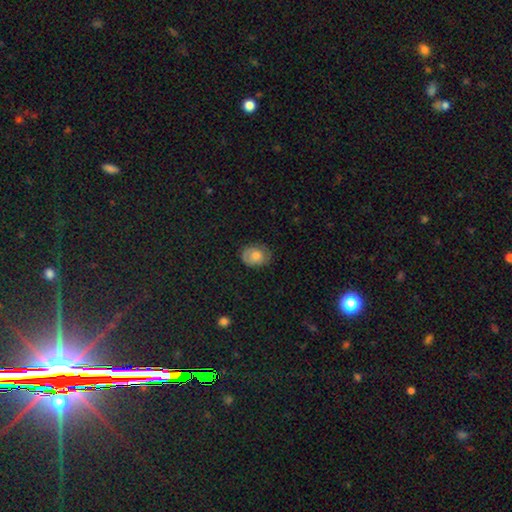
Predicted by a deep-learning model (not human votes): Smooth or featured: smooth — 67% (featured or disk — 24%)
How rounded: in between — 50% (round — 49%)
Merging: none — 71% (minor disturbance — 22%)